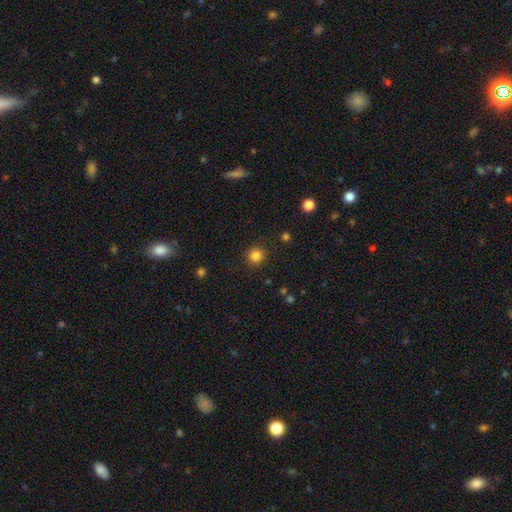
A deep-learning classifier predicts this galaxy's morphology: Smooth or featured? Predicted: smooth (p=0.84). How rounded? Predicted: round (p=0.93). Merging? Predicted: none (p=0.90).